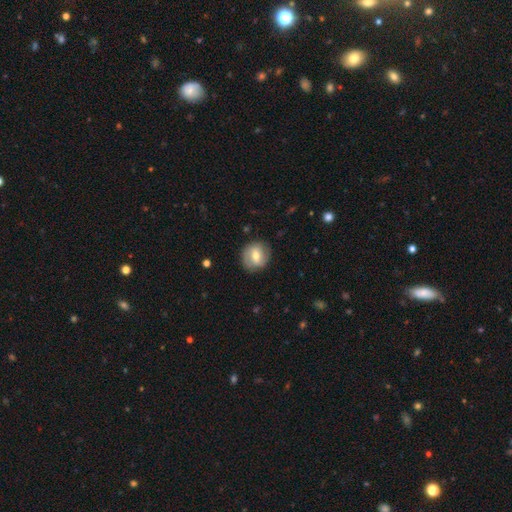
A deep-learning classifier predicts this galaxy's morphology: This appears to be a smooth galaxy with no disk features (48%). Merging: none (83%).